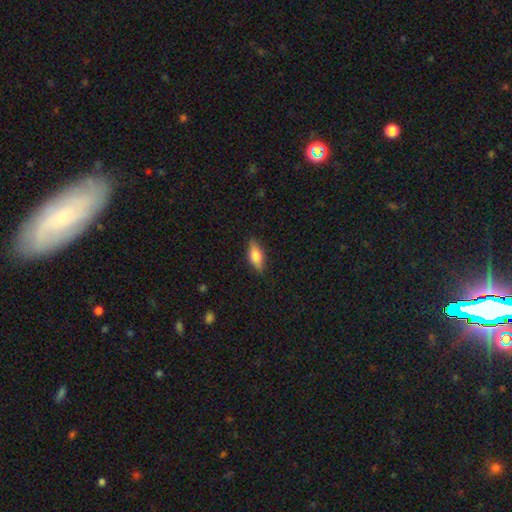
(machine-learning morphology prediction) Smooth or featured? smooth (70%)
How rounded? in between (74%)
Merging? none (85%)